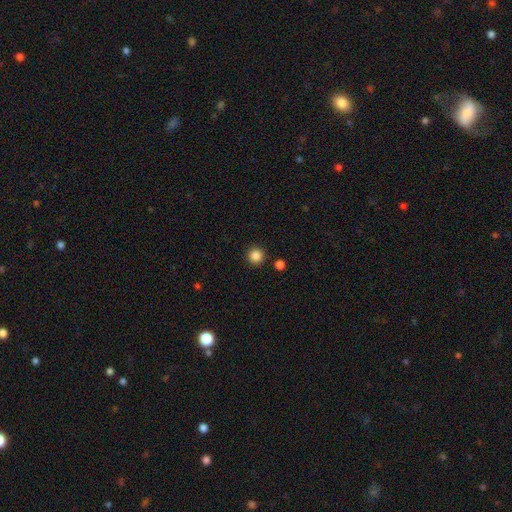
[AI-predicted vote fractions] A smooth galaxy with no disk features (86%) that is round (95%).

Vote fractions:
- Smooth or featured? smooth: 86% / star or artifact: 11% / featured or disk: 3%
- How rounded? round: 95% / in between: 4% / cigar-shaped: 1%
- Merging? none: 90% / minor disturbance: 5% / merger: 3% / major disturbance: 2%